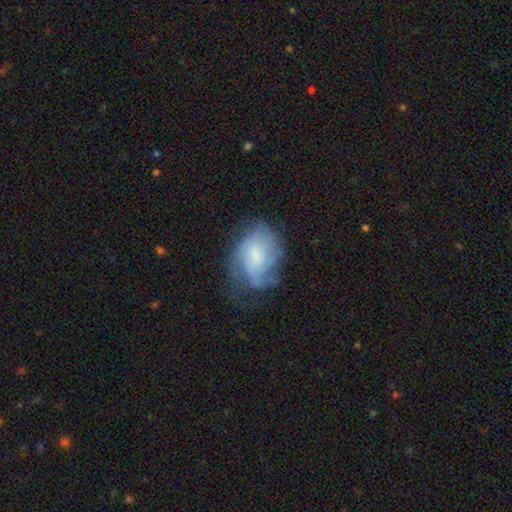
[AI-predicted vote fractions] This is possibly a featured or disk galaxy (52%). It is clearly not viewed edge-on (97%). Bar: likely no (64%). Spiral arm pattern: likely yes (71%). Central bulge: marginally small (34%). Merging: marginally none (43%).